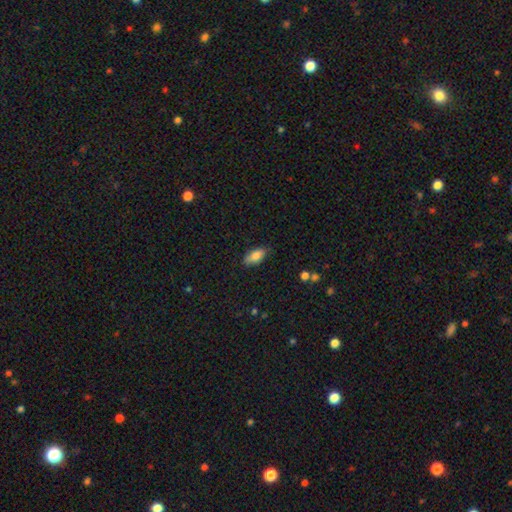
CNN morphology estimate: Smooth or featured? smooth (83%)
How rounded? in between (89%)
Merging? none (80%)